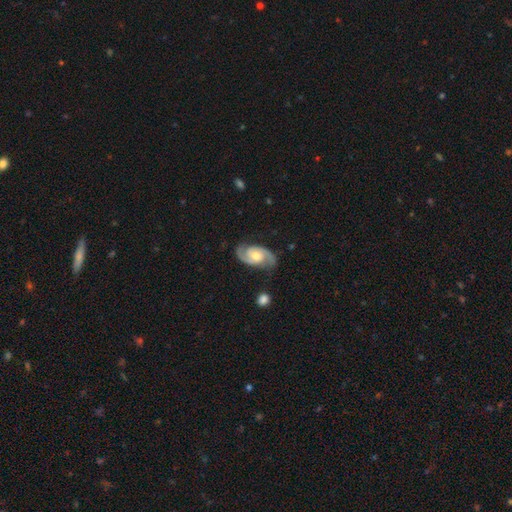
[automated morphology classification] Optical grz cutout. It shows a featured or disk galaxy (88%) with no bar (59%), 2 (93%) medium (52%) spiral arms (97%) and a moderate central bulge (69%). Merging: none (81%).